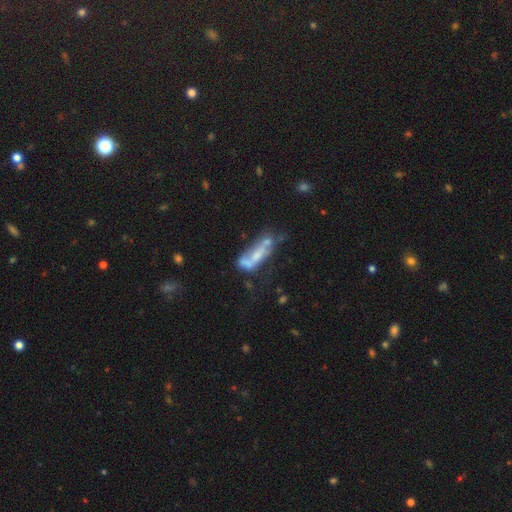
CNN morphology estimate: featured or disk 53%, smooth 35%, star or artifact 12%. Down the decision tree: edge-on disk — no (80%); merging — merger (35%).